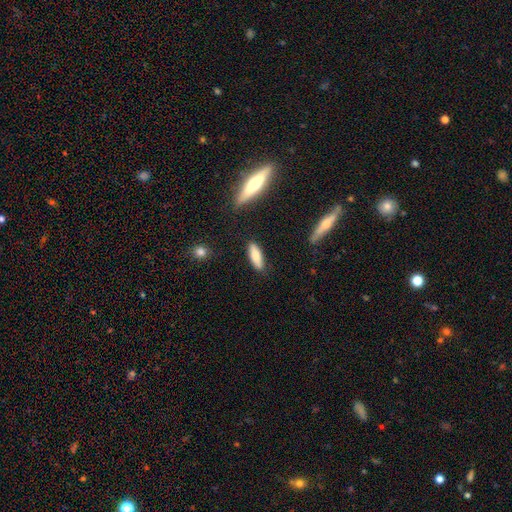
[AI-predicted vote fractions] This appears to be a smooth galaxy with no disk features (80%) that is in between round and cigar-shaped (54%). Merging: none (85%).